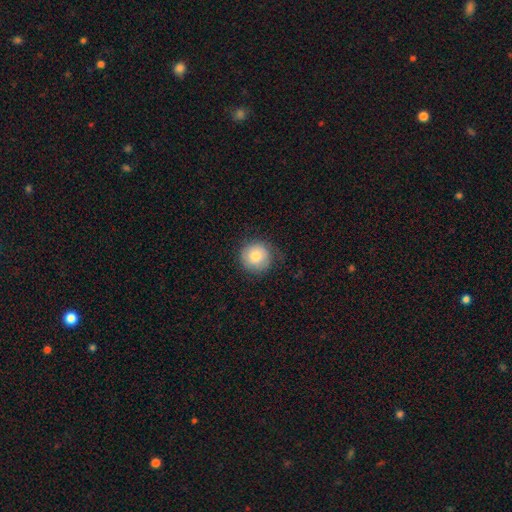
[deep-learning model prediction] smooth 79%, featured or disk 12%, star or artifact 8%. Down the decision tree: how rounded — round (94%); merging — none (77%).